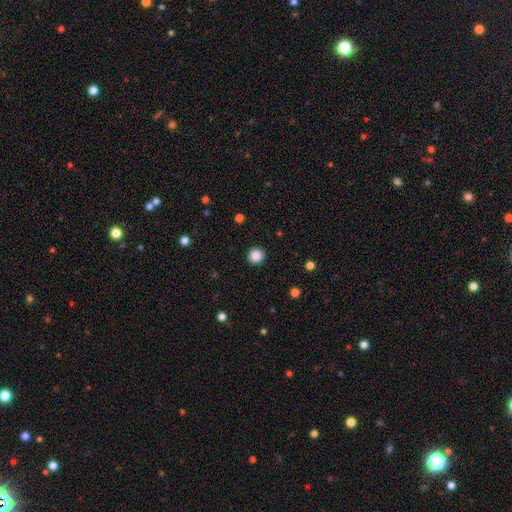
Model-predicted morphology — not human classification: smooth 87%, star or artifact 10%, featured or disk 3%. Down the decision tree: how rounded — round (95%); merging — none (93%).